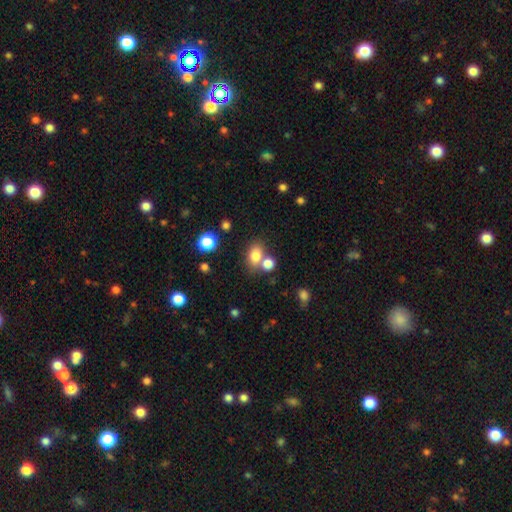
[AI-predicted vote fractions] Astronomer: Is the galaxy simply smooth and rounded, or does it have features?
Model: smooth — 79%.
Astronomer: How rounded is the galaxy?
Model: in between — 69%.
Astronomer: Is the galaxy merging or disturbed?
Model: none — 56%.